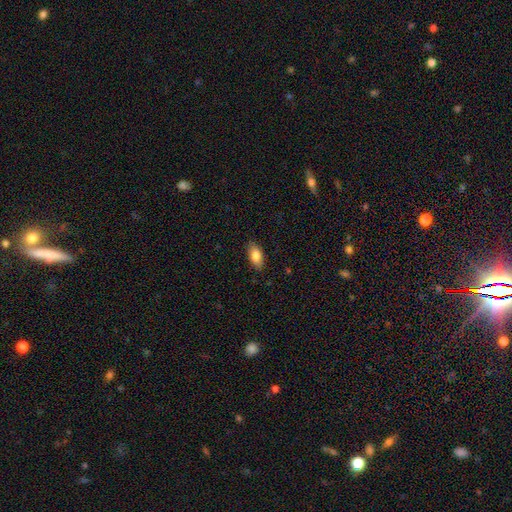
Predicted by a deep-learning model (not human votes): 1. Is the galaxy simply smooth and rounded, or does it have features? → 84% smooth, 10% featured or disk, 7% star or artifact.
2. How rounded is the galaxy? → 89% in between, 7% cigar-shaped, 3% round.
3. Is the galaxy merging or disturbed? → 86% none, 11% minor disturbance, 2% major disturbance, 1% merger.